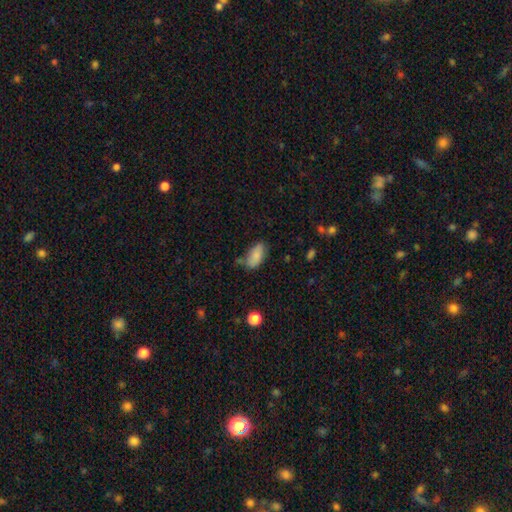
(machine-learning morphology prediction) smooth_or_featured: smooth (p=0.83) [alt: featured or disk p=0.09]
how_rounded: in between (p=0.91) [alt: cigar-shaped p=0.05]
merging: none (p=0.59) [alt: minor disturbance p=0.27]